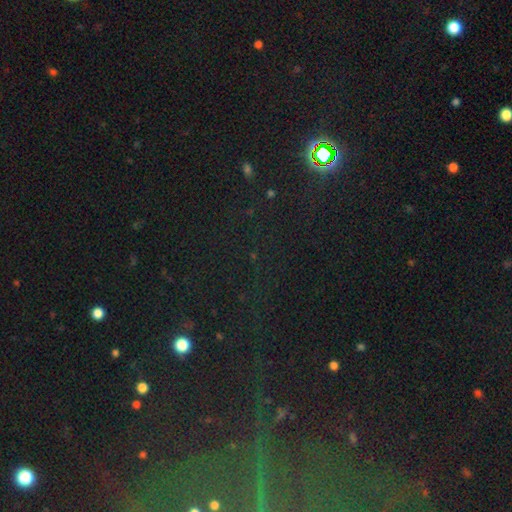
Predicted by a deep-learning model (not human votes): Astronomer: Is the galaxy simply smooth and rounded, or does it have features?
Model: star or artifact — 76%.